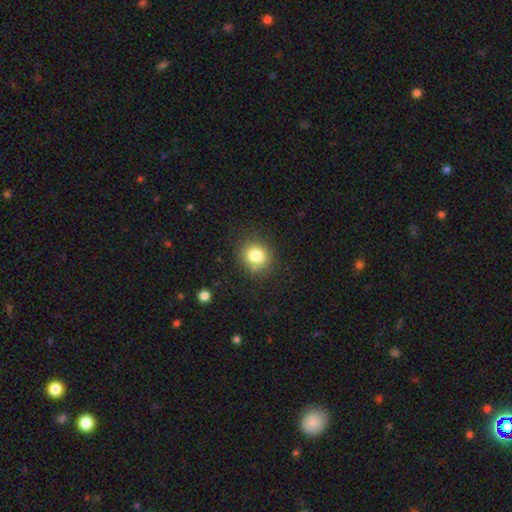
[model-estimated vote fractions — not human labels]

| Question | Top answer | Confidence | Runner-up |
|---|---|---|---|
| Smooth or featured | smooth | 81% | star or artifact (12%) |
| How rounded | round | 83% | in between (16%) |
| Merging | none | 83% | minor disturbance (11%) |